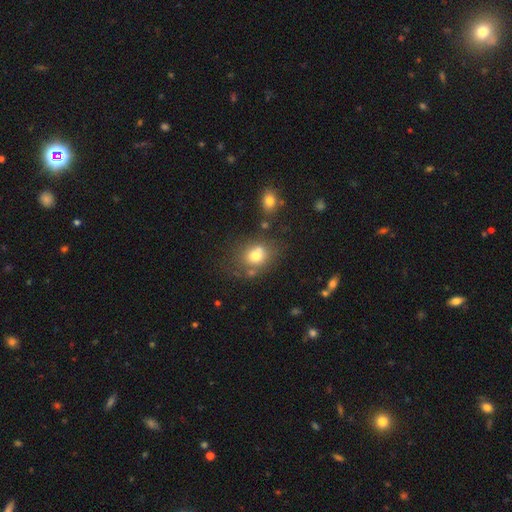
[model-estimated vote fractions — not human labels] Smooth or featured: smooth — 73% (featured or disk — 14%)
How rounded: round — 62% (in between — 37%)
Merging: none — 56% (merger — 20%)